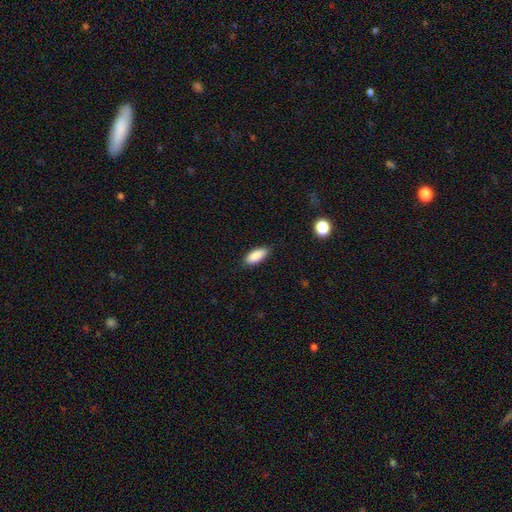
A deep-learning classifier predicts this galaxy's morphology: smooth_or_featured: smooth (p=0.88) [alt: star or artifact p=0.07]
how_rounded: in between (p=0.85) [alt: cigar-shaped p=0.13]
merging: none (p=0.83) [alt: minor disturbance p=0.14]